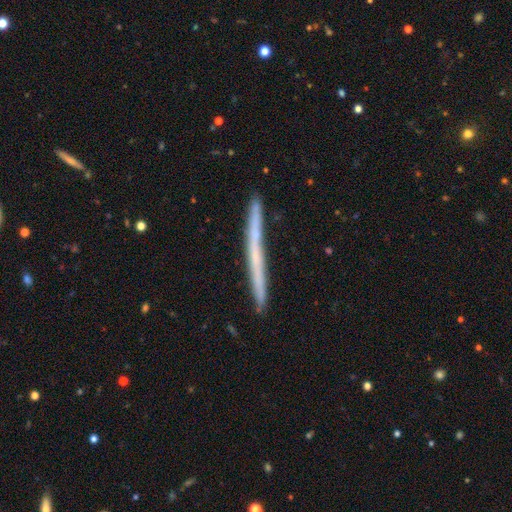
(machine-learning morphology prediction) Q: Smooth or featured?
A: featured or disk (52%); runner-up: smooth (42%)
Q: Edge-on disk?
A: yes (97%); runner-up: no (3%)
Q: Merging?
A: none (89%); runner-up: minor disturbance (8%)